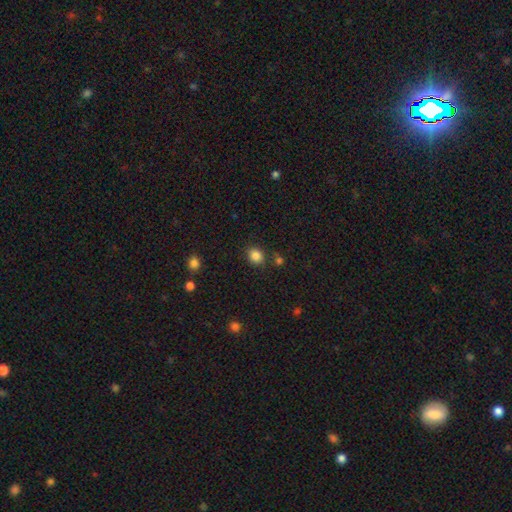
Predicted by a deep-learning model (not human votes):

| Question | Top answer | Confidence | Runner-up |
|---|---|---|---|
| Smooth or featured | smooth | 84% | star or artifact (11%) |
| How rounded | round | 70% | in between (29%) |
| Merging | none | 81% | minor disturbance (10%) |